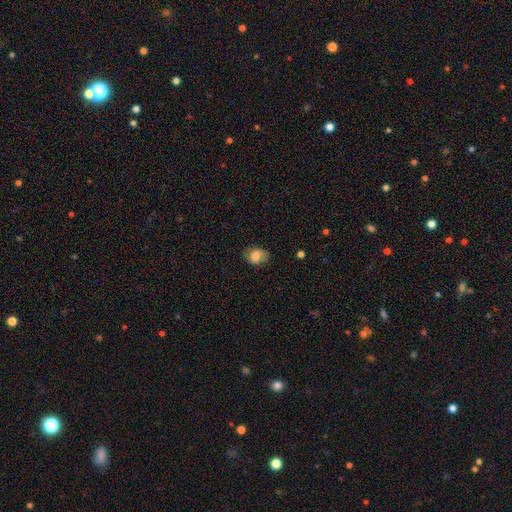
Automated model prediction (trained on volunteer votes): Smooth or featured? Predicted: smooth (p=0.76). How rounded? Predicted: in between (p=0.62). Merging? Predicted: none (p=0.70).